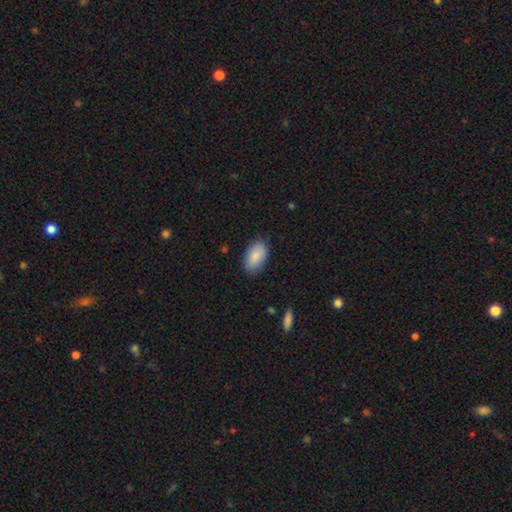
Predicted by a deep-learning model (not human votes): Smooth or featured: smooth — 88% (star or artifact — 6%)
How rounded: in between — 94% (round — 5%)
Merging: none — 84% (minor disturbance — 12%)